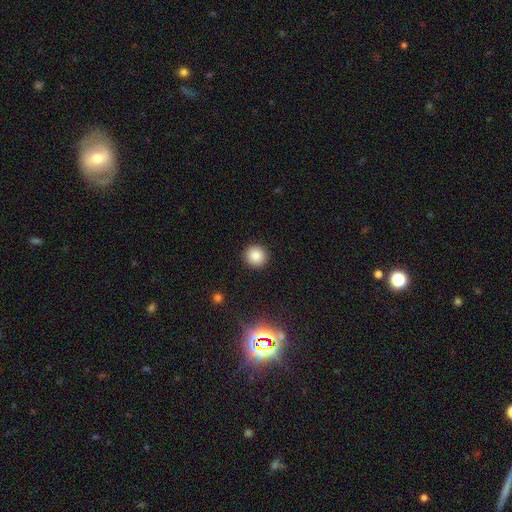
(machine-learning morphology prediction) smooth 85%, star or artifact 11%, featured or disk 5%. Down the decision tree: how rounded — round (93%); merging — none (92%).